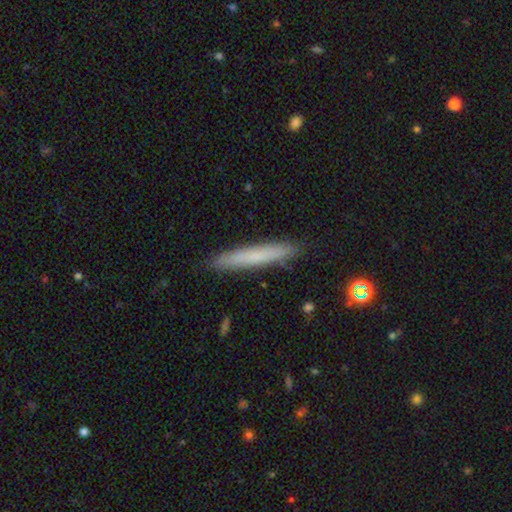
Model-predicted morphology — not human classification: Smooth or featured? smooth (68%)
How rounded? cigar-shaped (96%)
Merging? none (90%)